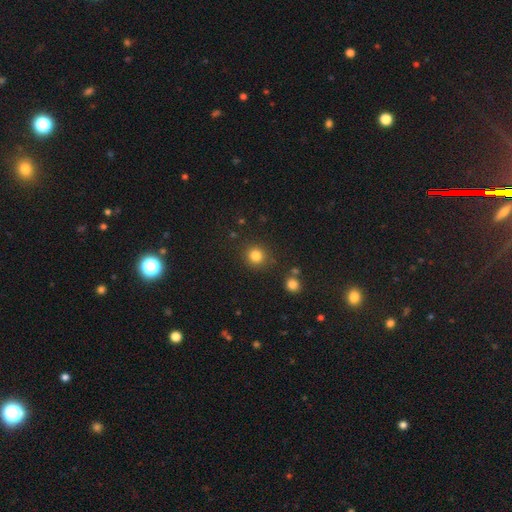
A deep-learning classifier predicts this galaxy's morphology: Smooth or featured?
  - smooth: 83% *
  - star or artifact: 12%
  - featured or disk: 5%
How rounded?
  - round: 90% *
  - in between: 9%
  - cigar-shaped: 1%
Merging?
  - none: 86% *
  - minor disturbance: 8%
  - merger: 3%
  - major disturbance: 3%